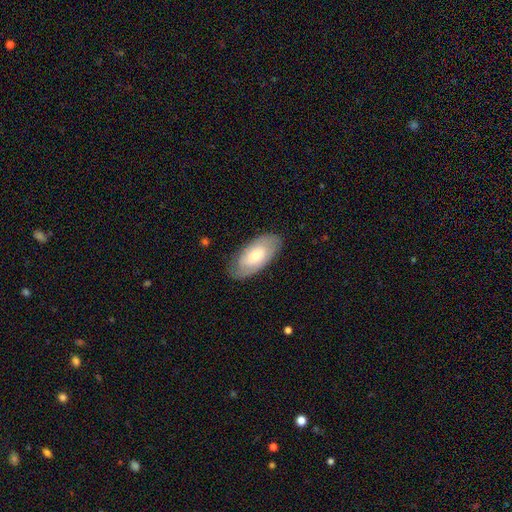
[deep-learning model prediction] Q: Smooth or featured?
A: smooth (52%); runner-up: featured or disk (43%)
Q: How rounded?
A: in between (92%); runner-up: cigar-shaped (5%)
Q: Merging?
A: none (80%); runner-up: minor disturbance (16%)